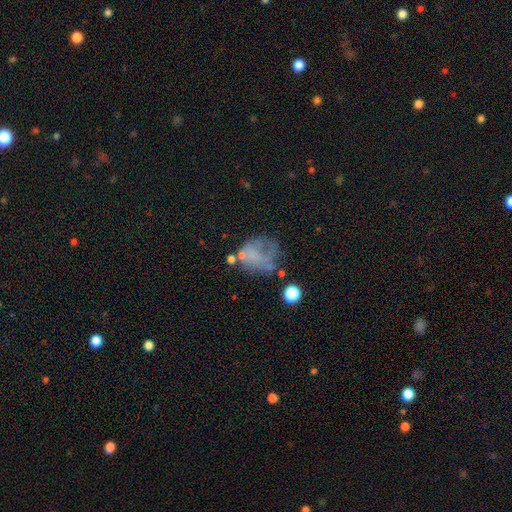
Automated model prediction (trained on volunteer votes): smooth-or-featured: smooth: 50% | featured or disk: 34% | star or artifact: 16%
  merging: none: 37% | major disturbance: 31% | minor disturbance: 24% | merger: 8%